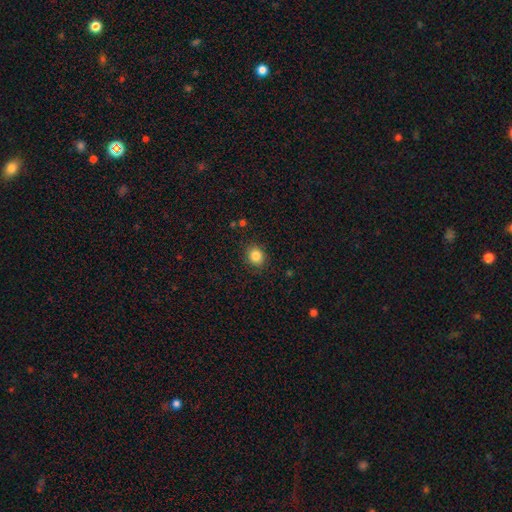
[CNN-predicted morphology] Smooth or featured? smooth (84%)
How rounded? round (76%)
Merging? none (88%)